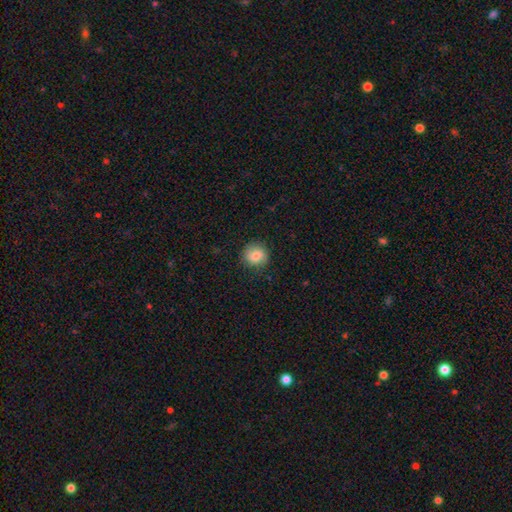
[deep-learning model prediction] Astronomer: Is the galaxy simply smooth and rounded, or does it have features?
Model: smooth — 81%.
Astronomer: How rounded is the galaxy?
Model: round — 87%.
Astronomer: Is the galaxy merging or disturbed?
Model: none — 86%.